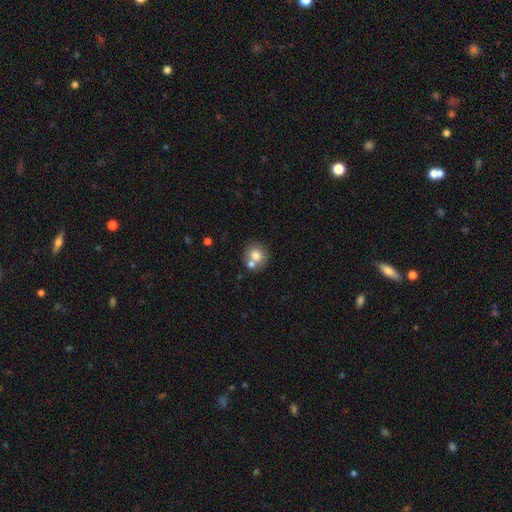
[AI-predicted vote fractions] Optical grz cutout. It shows a smooth galaxy with no disk features (75%) that is round (78%). Merging: none (54%).